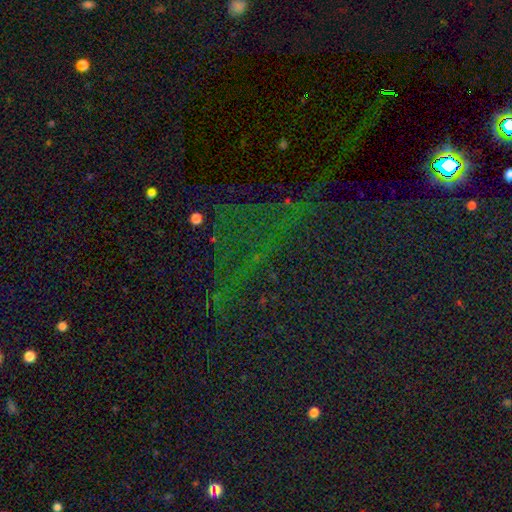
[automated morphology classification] smooth_or_featured: star or artifact (p=0.78) [alt: smooth p=0.12]